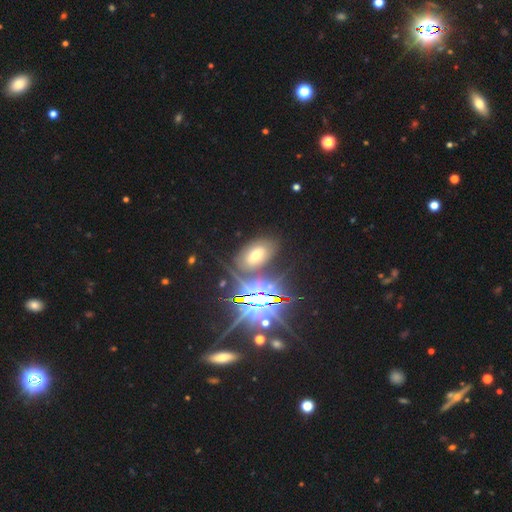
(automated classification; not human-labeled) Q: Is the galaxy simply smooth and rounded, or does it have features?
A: star or artifact — 41%.